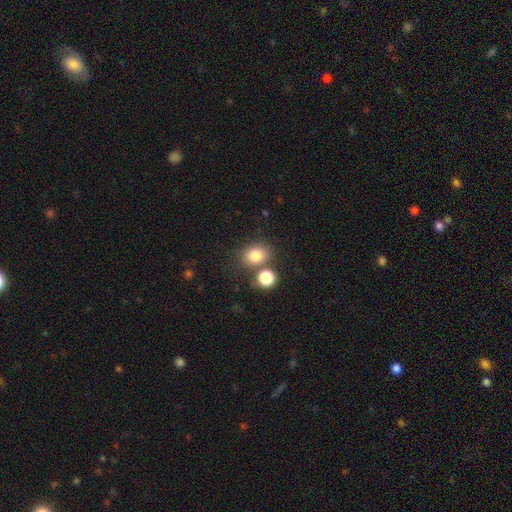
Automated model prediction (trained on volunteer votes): This is clearly a smooth galaxy (80%). How rounded: possibly round (58%). Merging: likely none (67%).